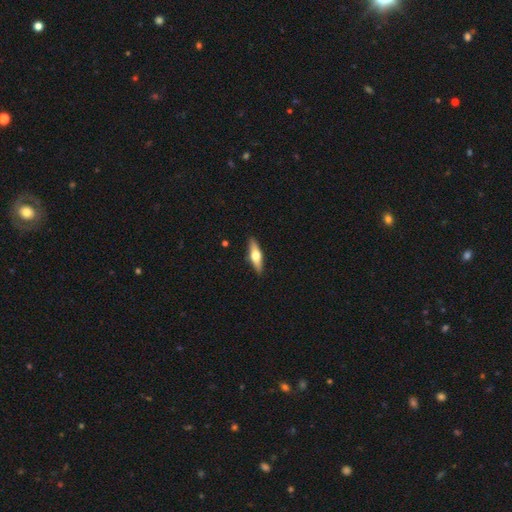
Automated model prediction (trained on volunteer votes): Smooth or featured?
  - featured or disk: 49% *
  - smooth: 45%
  - star or artifact: 6%
Merging?
  - none: 90% *
  - minor disturbance: 8%
  - major disturbance: 2%
  - merger: 1%